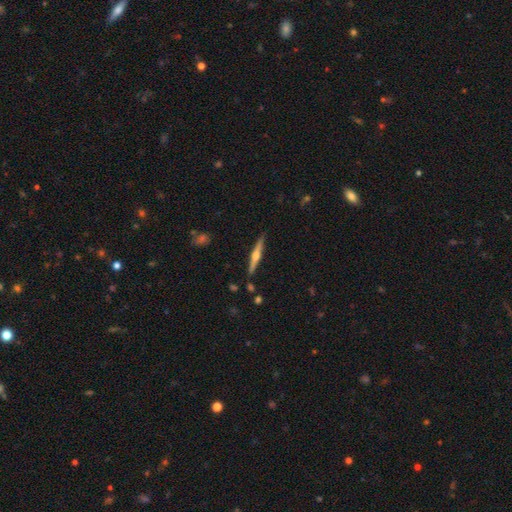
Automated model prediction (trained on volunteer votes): A featured or disk galaxy (71%) viewed edge-on (98%) with a rounded central bulge (92%). Merging: none (89%).